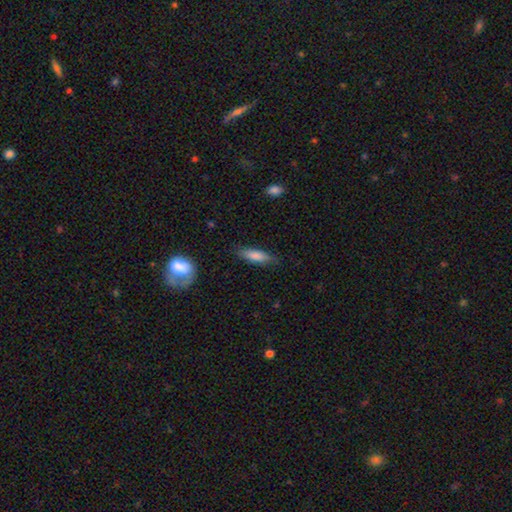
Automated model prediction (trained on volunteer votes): This appears to be a smooth galaxy with no disk features (80%) that is cigar-shaped (58%). Merging: none (83%).